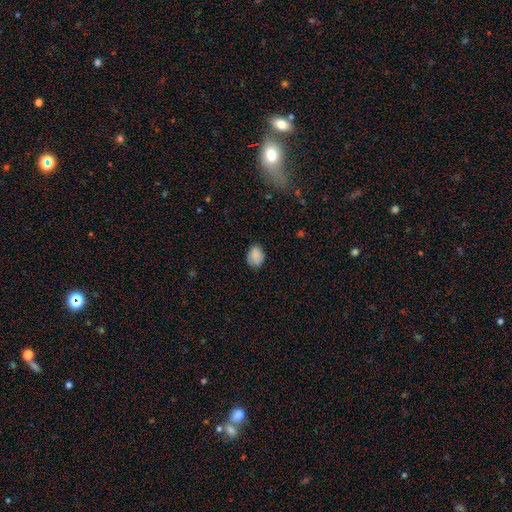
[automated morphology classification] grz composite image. It shows a smooth galaxy with no disk features (84%) that is in between round and cigar-shaped (58%). Merging: none (74%).